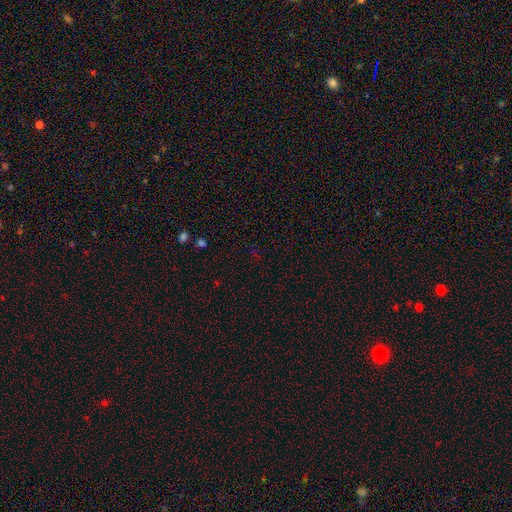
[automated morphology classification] smooth_or_featured: star or artifact (p=0.67) [alt: smooth p=0.26]